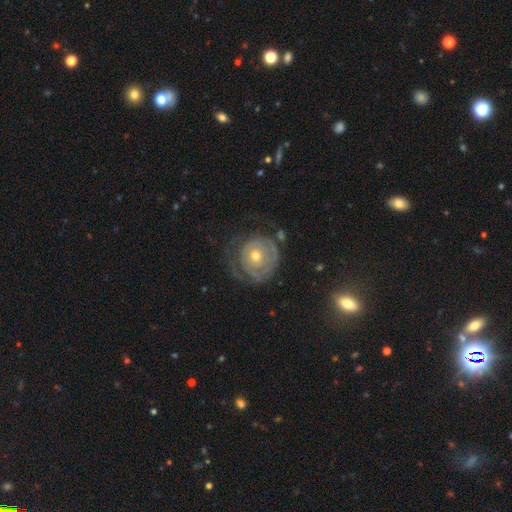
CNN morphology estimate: Smooth or featured: featured or disk — 70% (smooth — 22%)
Edge-on disk: no — 97% (yes — 3%)
Bar: no — 84% (weak — 13%)
Spiral arms: yes — 70% (no — 30%)
Bulge size: moderate — 54% (small — 41%)
Merging: none — 61% (minor disturbance — 20%)